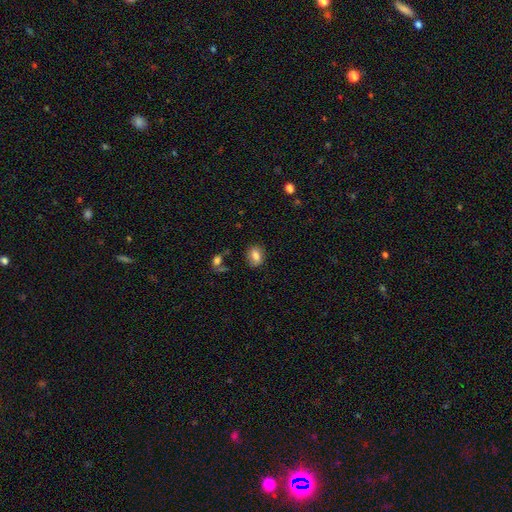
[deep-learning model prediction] Morphology: type=smooth (79%); roundness=in between (63%); merging=none (81%).